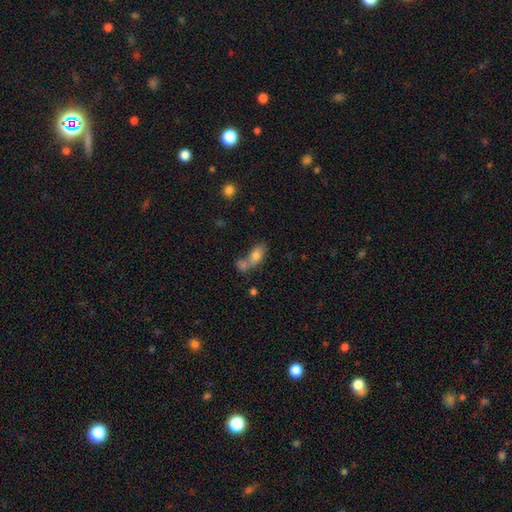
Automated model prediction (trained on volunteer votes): A smooth galaxy with no disk features (77%) that is in between round and cigar-shaped (84%).

Vote fractions:
- Smooth or featured? smooth: 77% / featured or disk: 14% / star or artifact: 9%
- How rounded? in between: 84% / cigar-shaped: 9% / round: 7%
- Merging? merger: 53% / none: 31% / minor disturbance: 10% / major disturbance: 6%